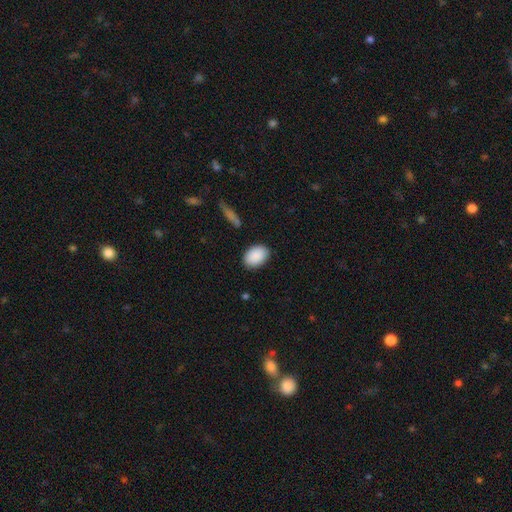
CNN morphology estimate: Smooth or featured? Predicted: smooth (p=0.90). How rounded? Predicted: in between (p=0.85). Merging? Predicted: none (p=0.85).